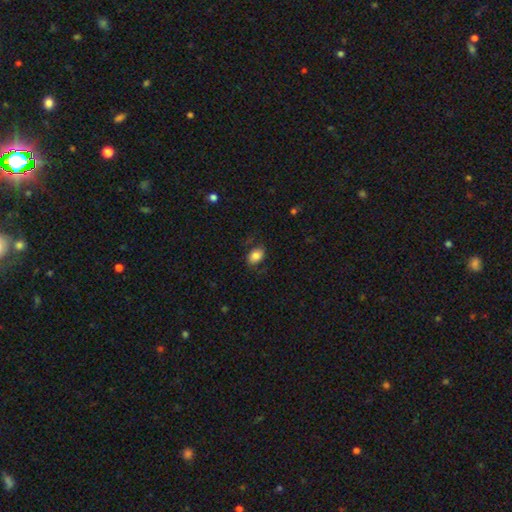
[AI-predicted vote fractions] This is likely a smooth galaxy (78%). How rounded: clearly in between (85%). Merging: likely none (72%).